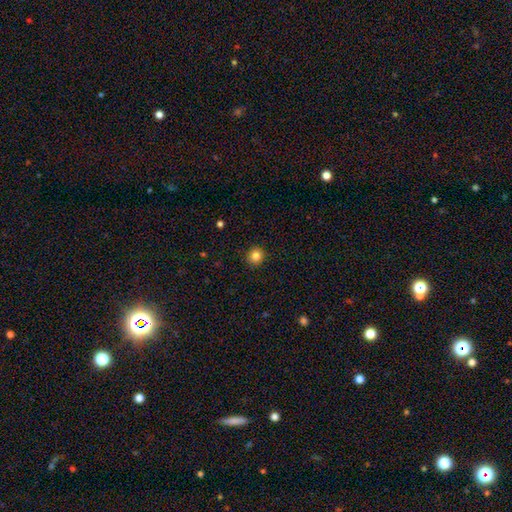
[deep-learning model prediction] Overall: smooth (84%). How rounded: round (91%). Merging: none (92%).